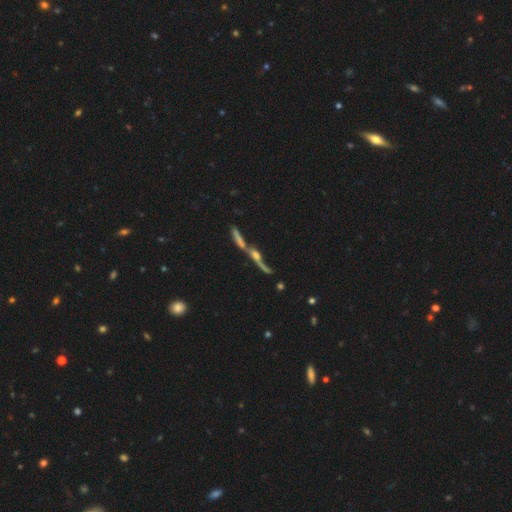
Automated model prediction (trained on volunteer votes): This is likely a featured or disk galaxy (75%). It is clearly viewed edge-on (89%). Edge-on bulge: clearly rounded (83%). Merging: possibly none (55%).